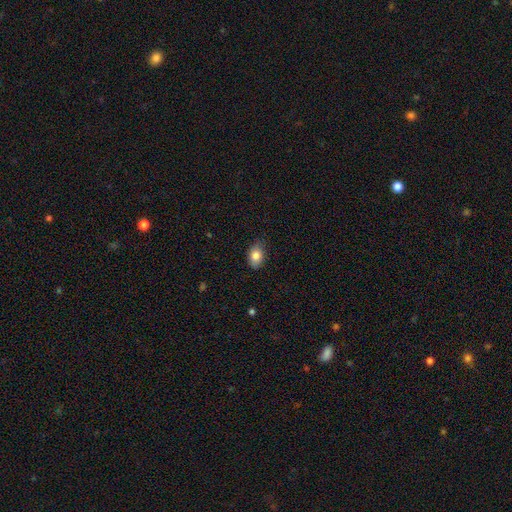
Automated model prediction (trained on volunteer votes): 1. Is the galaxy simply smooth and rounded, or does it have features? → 82% smooth, 10% featured or disk, 8% star or artifact.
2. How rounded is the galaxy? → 83% in between, 16% round, 1% cigar-shaped.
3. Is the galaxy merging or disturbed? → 79% none, 17% minor disturbance, 3% major disturbance, 1% merger.